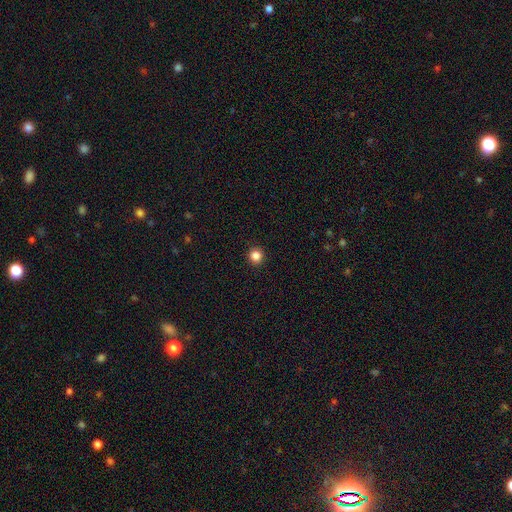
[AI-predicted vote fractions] smooth-or-featured: smooth: 85% | star or artifact: 12% | featured or disk: 3%
  how-rounded: round: 95% | in between: 4% | cigar-shaped: 1%
  merging: none: 94% | minor disturbance: 4% | major disturbance: 1% | merger: 1%